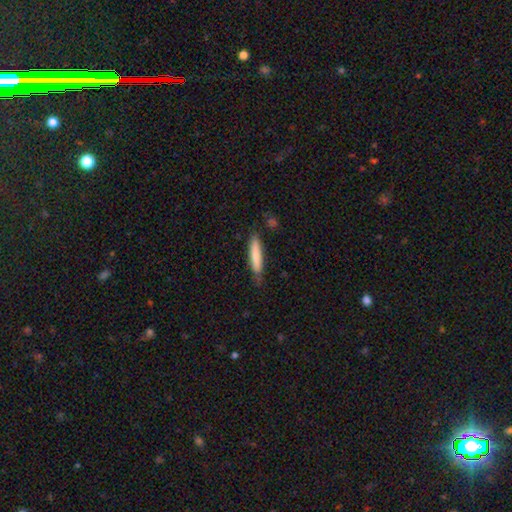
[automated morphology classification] Q: Smooth or featured?
A: smooth (78%); runner-up: featured or disk (17%)
Q: How rounded?
A: cigar-shaped (89%); runner-up: in between (10%)
Q: Merging?
A: none (77%); runner-up: minor disturbance (18%)